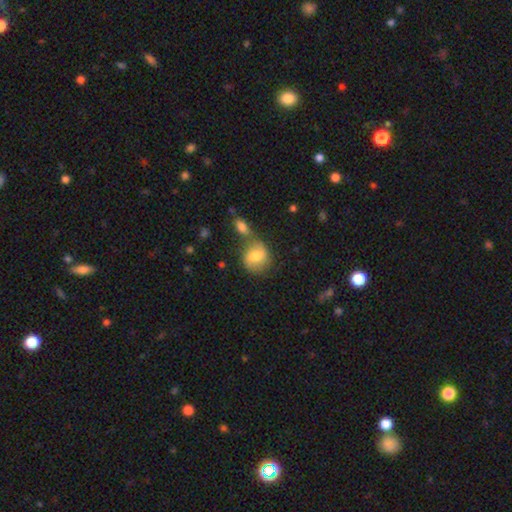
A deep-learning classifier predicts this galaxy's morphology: type=smooth (68%); roundness=round (65%); merging=none (51%).